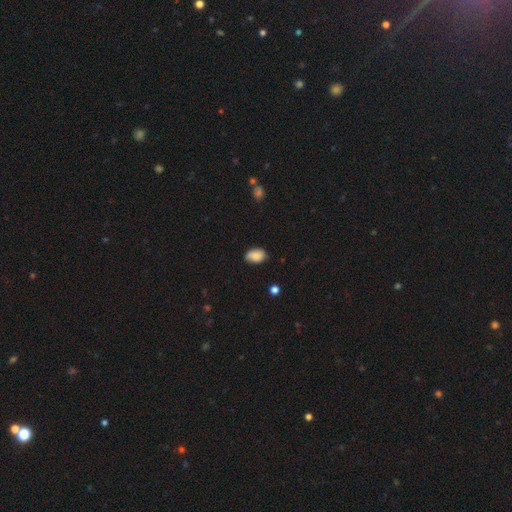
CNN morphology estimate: The model was most divided on "merging": none: 76%, minor disturbance: 19%, major disturbance: 3%, merger: 2%. More confident: how rounded — in between (86%); smooth or featured — smooth (86%).